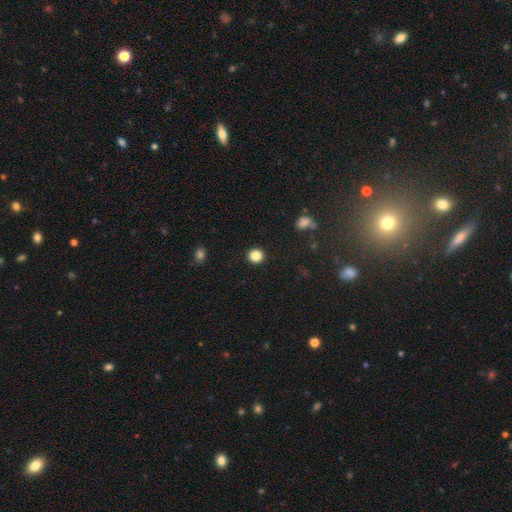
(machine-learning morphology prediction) This is clearly a smooth galaxy (85%). How rounded: clearly round (92%). Merging: clearly none (93%).